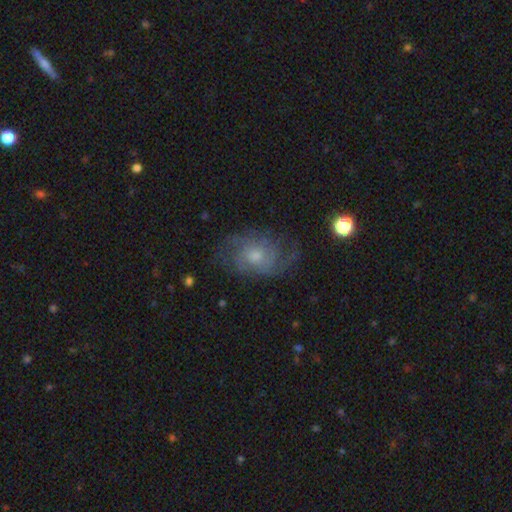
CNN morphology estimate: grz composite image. It shows a featured or disk galaxy (69%) with no bar (78%), medium (41%) spiral arms (88%) and a moderate central bulge (47%). Merging: none (65%).